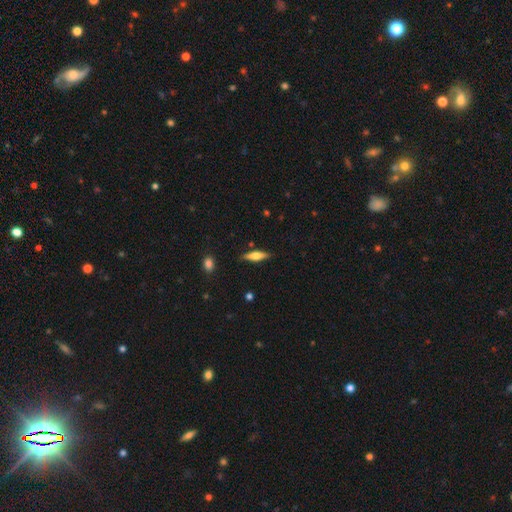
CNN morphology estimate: A smooth galaxy with no disk features (54%) that is cigar-shaped (62%).

Vote fractions:
- Smooth or featured? smooth: 54% / featured or disk: 39% / star or artifact: 7%
- How rounded? cigar-shaped: 62% / in between: 36% / round: 2%
- Merging? none: 84% / minor disturbance: 12% / major disturbance: 2% / merger: 2%